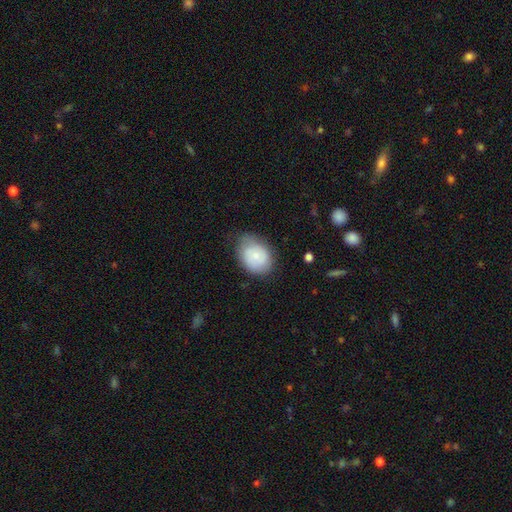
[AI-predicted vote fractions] Smooth or featured? smooth (69%)
How rounded? in between (61%)
Merging? none (63%)